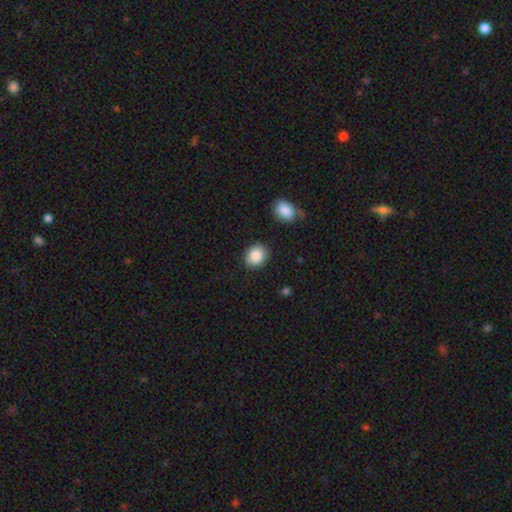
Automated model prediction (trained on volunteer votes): smooth_or_featured: smooth (p=0.88) [alt: star or artifact p=0.08]
how_rounded: round (p=0.65) [alt: in between p=0.34]
merging: none (p=0.85) [alt: minor disturbance p=0.10]